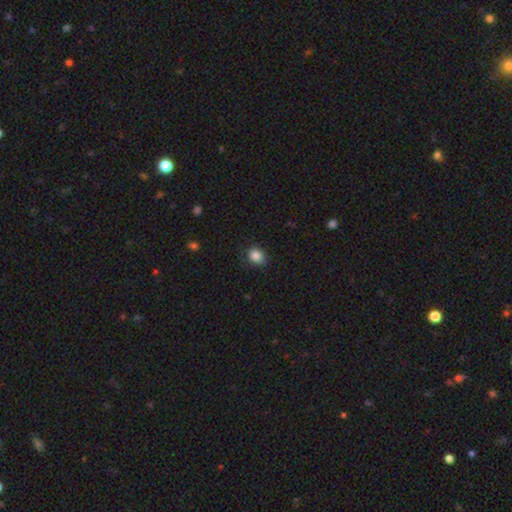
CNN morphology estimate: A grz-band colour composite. It shows a smooth galaxy with no disk features (86%) that is in between round and cigar-shaped (53%). Merging: none (78%).